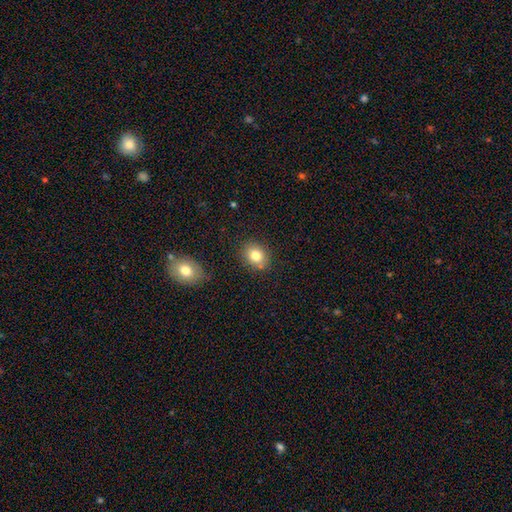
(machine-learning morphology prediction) Overall: smooth (81%). How rounded: round (51%; in between 48%). Merging: none (80%).